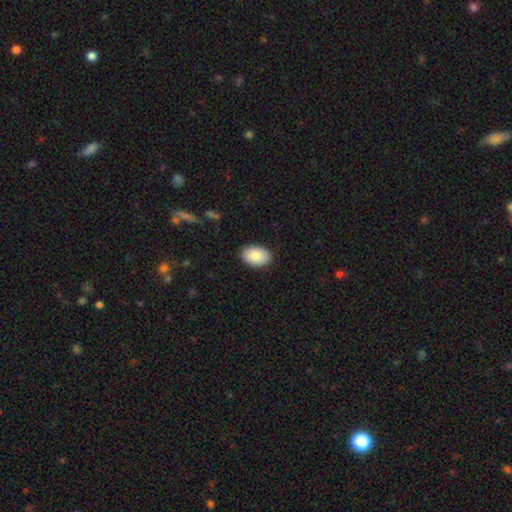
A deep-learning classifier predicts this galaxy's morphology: Overall: smooth (88%). How rounded: in between (91%). Merging: none (89%).